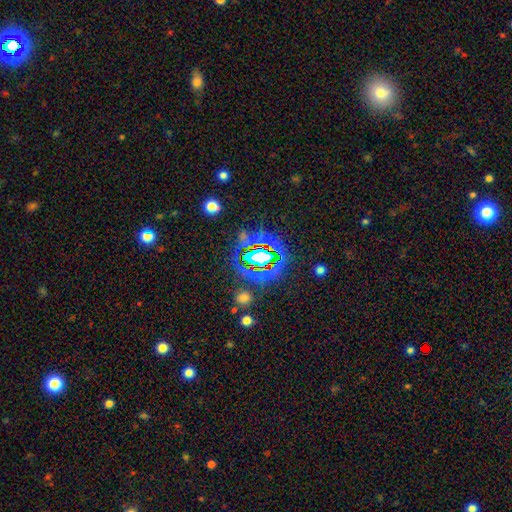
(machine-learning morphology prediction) type=star or artifact (81%).